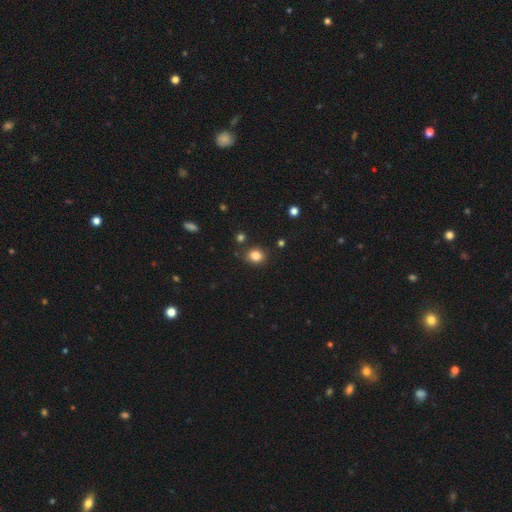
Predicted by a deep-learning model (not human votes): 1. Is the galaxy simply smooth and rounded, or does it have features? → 83% smooth, 12% star or artifact, 5% featured or disk.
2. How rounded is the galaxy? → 66% round, 33% in between, 1% cigar-shaped.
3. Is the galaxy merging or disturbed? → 82% none, 11% minor disturbance, 4% merger, 3% major disturbance.